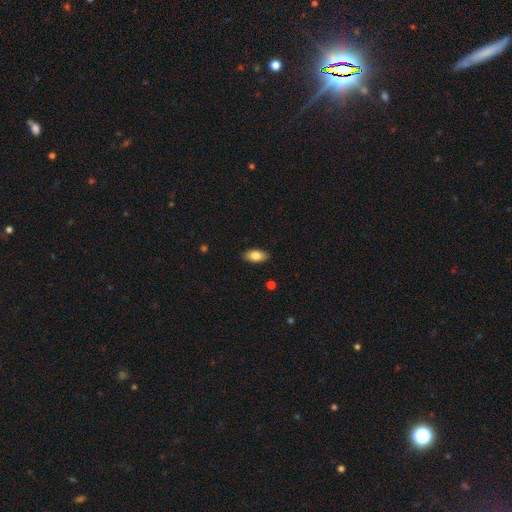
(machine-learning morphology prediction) smooth 82%, featured or disk 11%, star or artifact 7%. Down the decision tree: how rounded — in between (92%); merging — none (89%).